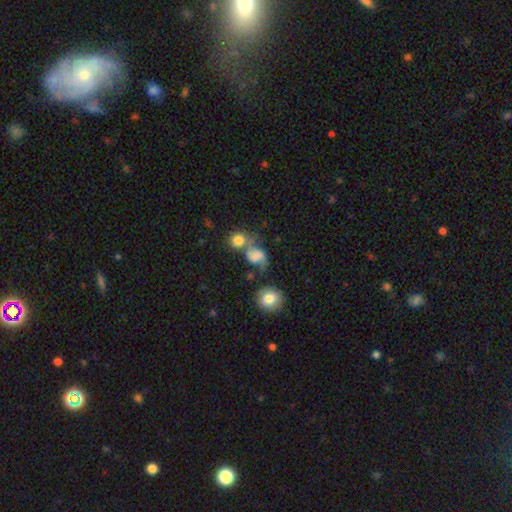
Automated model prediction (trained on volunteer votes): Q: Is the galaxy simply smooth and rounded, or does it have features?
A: smooth — 47%.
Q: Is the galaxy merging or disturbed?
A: none — 36%.